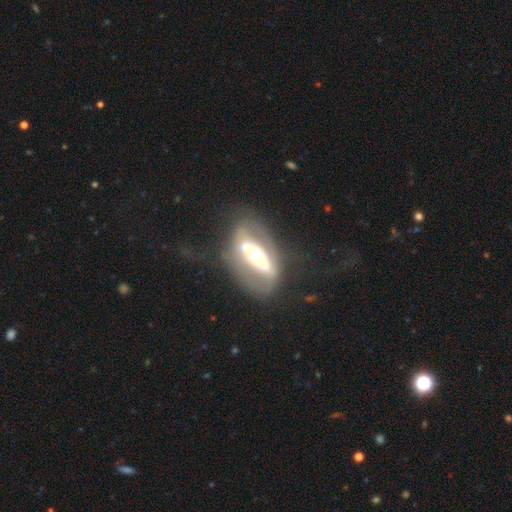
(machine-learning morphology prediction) This is likely a featured or disk galaxy (74%). It is clearly not viewed edge-on (89%). Bar: possibly no (51%). Spiral arm pattern: likely no (63%). Central bulge: likely moderate (64%). Merging: possibly none (49%).